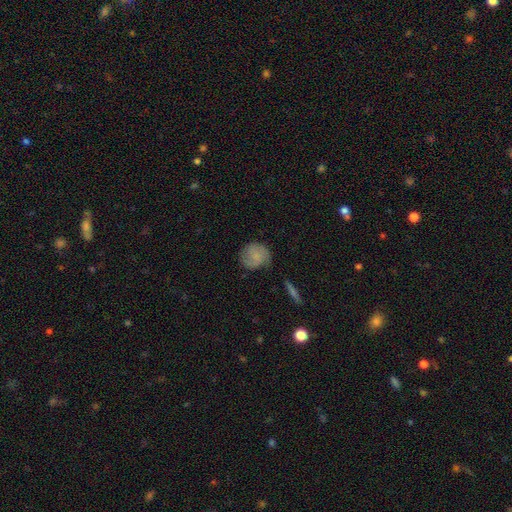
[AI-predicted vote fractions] smooth_or_featured: smooth (p=0.60) [alt: featured or disk p=0.32]
how_rounded: round (p=0.82) [alt: in between p=0.17]
merging: none (p=0.62) [alt: minor disturbance p=0.26]